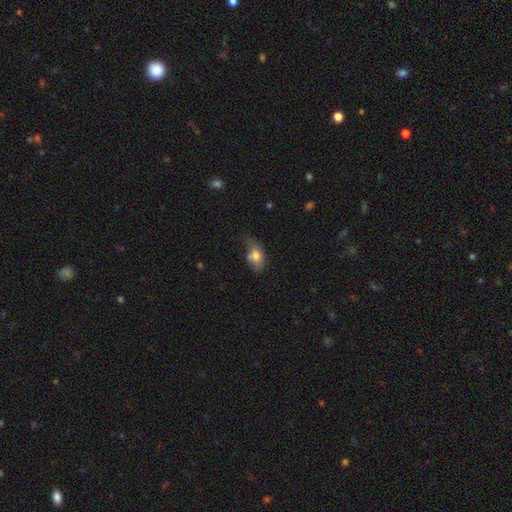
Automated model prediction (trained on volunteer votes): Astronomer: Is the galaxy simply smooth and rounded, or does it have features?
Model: smooth — 70%.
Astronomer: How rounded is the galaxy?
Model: in between — 83%.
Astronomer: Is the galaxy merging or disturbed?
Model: none — 34% (runner-up: minor disturbance, 33%).